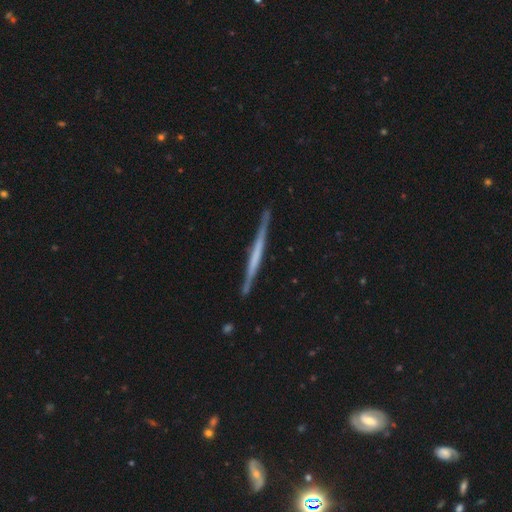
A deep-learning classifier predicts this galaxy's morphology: smooth-or-featured: featured or disk: 64% | smooth: 31% | star or artifact: 5%
  disk-edge-on: yes: 97% | no: 3%
    edge-on-bulge: none: 77% | boxy: 12% | rounded: 10%
  merging: none: 88% | minor disturbance: 9% | major disturbance: 2% | merger: 1%